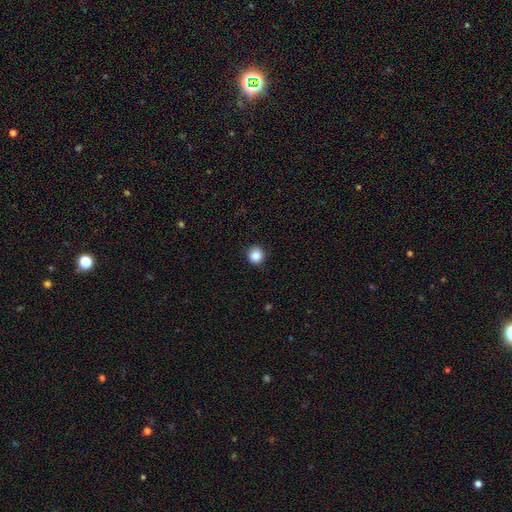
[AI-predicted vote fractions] Overall: smooth (87%). How rounded: round (94%). Merging: none (92%).